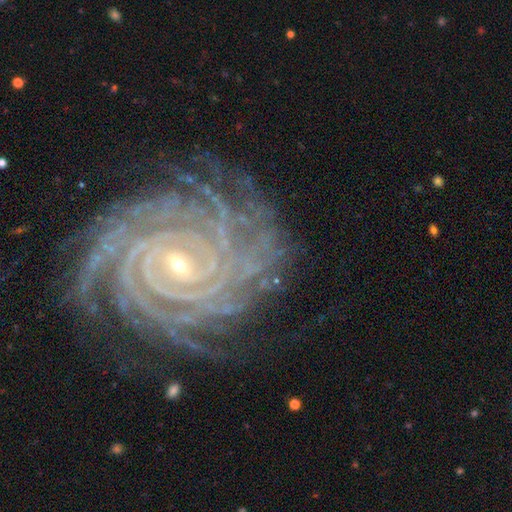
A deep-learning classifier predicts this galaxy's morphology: This is clearly a featured or disk galaxy (91%). It is clearly not viewed edge-on (98%). Bar: marginally no (37%, tied with weak). Spiral arm pattern: clearly yes (99%). Spiral arm count: marginally more than 4 (35%). Spiral winding: clearly tight (88%). Central bulge: likely small (79%). Merging: likely none (77%).